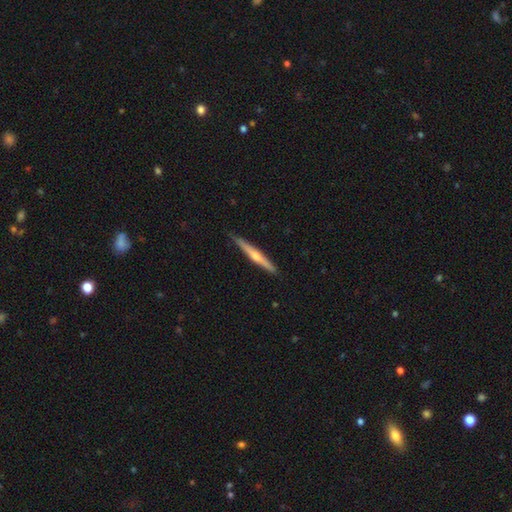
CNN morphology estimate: smooth-or-featured: featured or disk: 59% | smooth: 35% | star or artifact: 5%
  disk-edge-on: yes: 97% | no: 3%
    edge-on-bulge: rounded: 78% | none: 18% | boxy: 4%
  merging: none: 88% | minor disturbance: 10% | major disturbance: 2% | merger: 1%